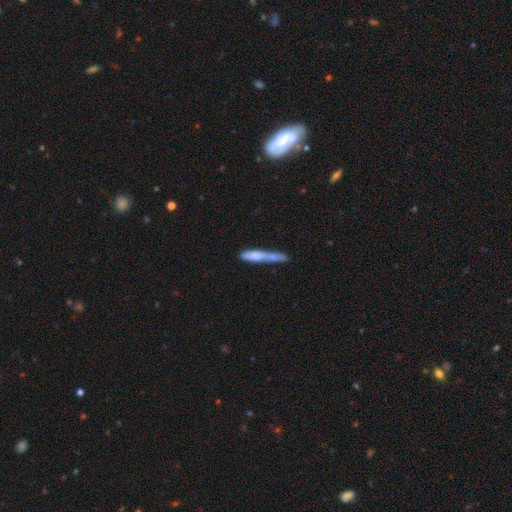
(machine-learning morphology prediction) Smooth or featured? Predicted: smooth (p=0.66). How rounded? Predicted: cigar-shaped (p=0.87). Merging? Predicted: merger (p=0.39).